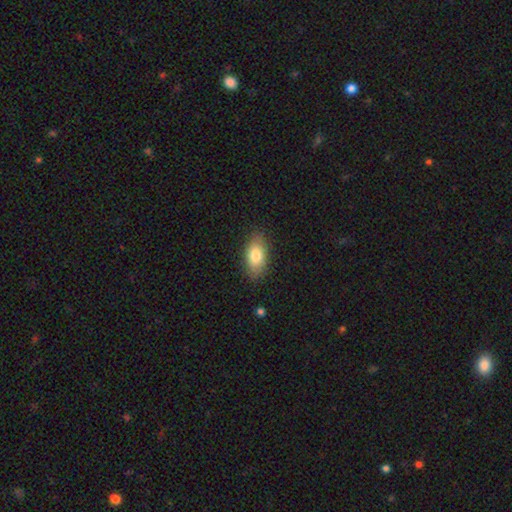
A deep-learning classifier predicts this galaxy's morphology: Overall: smooth (80%). How rounded: in between (90%). Merging: none (83%).